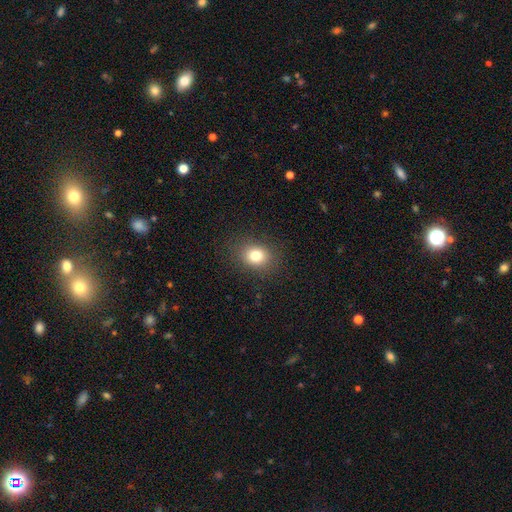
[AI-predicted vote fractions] A smooth galaxy with no disk features (79%) that is round (58%). Merging: none (87%).